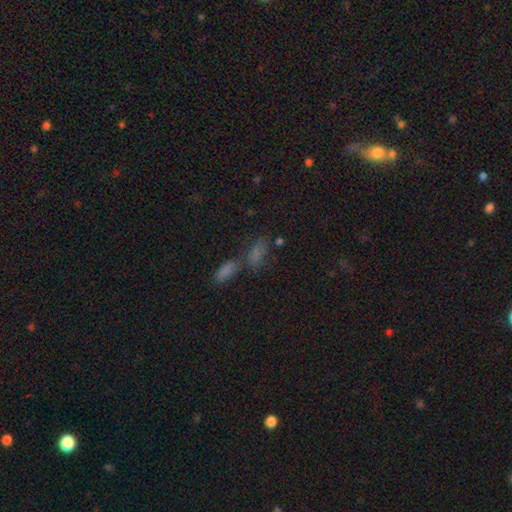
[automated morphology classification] Overall: smooth (65%). How rounded: in between (70%). Merging: merger (47%; none 37%).